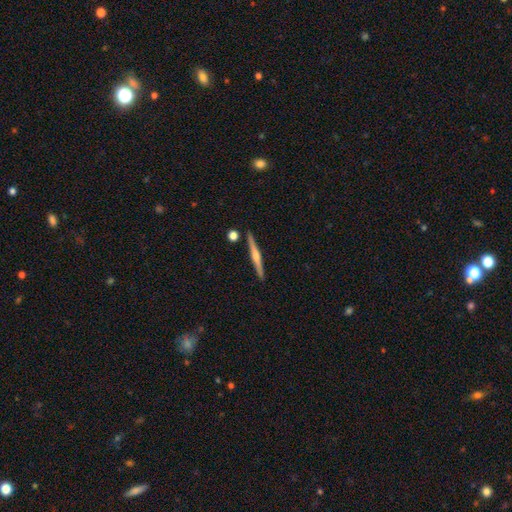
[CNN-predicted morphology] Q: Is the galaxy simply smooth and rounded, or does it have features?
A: featured or disk — 66%.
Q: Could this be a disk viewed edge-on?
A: yes — 98%.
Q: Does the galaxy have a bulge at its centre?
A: rounded — 76%.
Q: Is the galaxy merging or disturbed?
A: none — 88%.